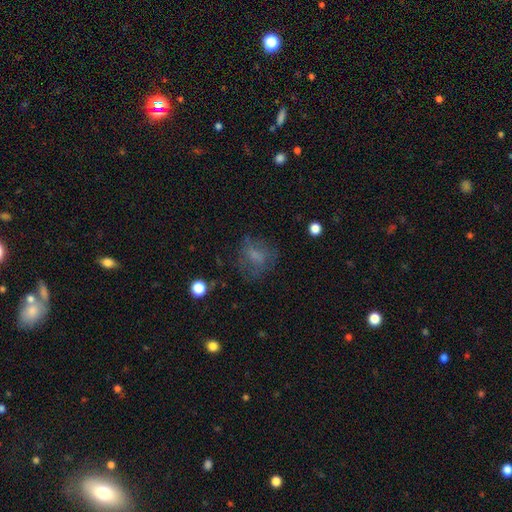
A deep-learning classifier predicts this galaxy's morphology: type=smooth (55%); roundness=round (59%); merging=none (58%).